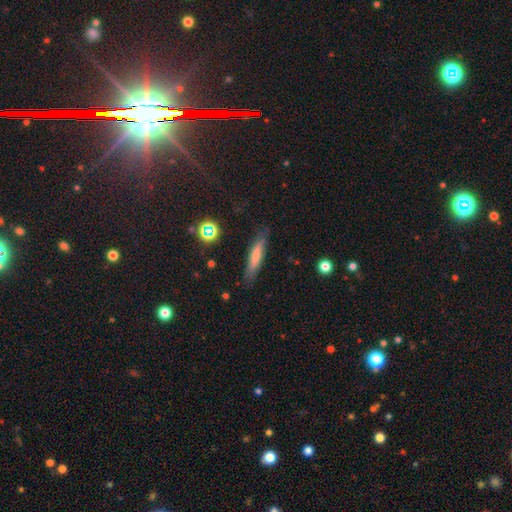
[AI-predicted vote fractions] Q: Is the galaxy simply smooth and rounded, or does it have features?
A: smooth — 63%.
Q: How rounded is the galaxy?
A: cigar-shaped — 84%.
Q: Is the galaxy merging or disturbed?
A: none — 79%.